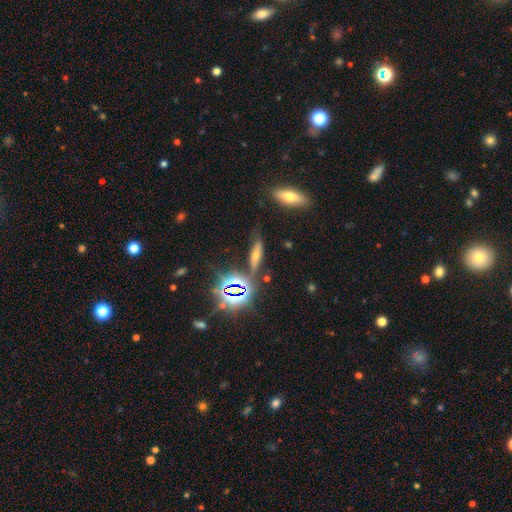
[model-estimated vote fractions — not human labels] smooth-or-featured: smooth: 44% | star or artifact: 30% | featured or disk: 27%
  merging: none: 67% | minor disturbance: 19% | major disturbance: 7% | merger: 7%